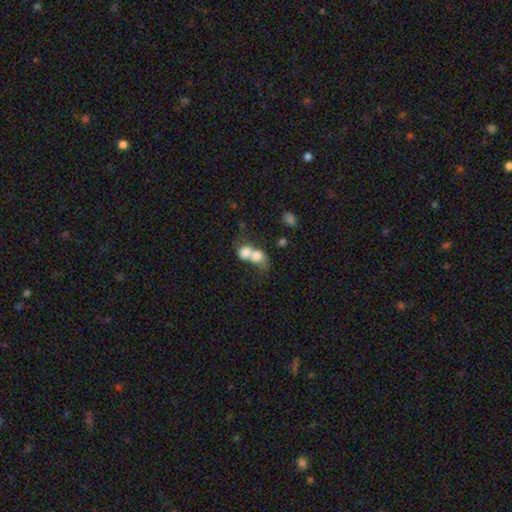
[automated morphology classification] This is likely a smooth galaxy (71%). How rounded: possibly in between (52%). Merging: likely merger (78%).